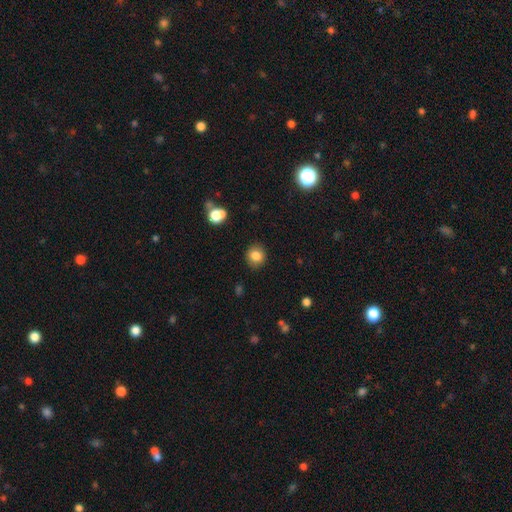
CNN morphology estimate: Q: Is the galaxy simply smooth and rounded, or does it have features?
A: smooth — 83%.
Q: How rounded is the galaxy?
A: round — 85%.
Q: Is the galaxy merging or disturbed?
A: none — 88%.